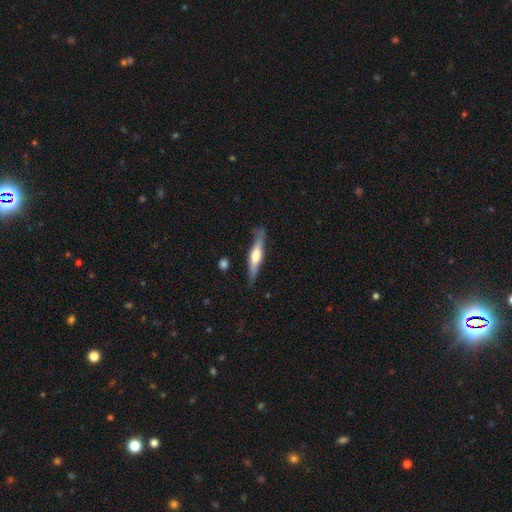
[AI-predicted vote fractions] Overall: featured or disk (59%; smooth 36%). Edge-on disk: yes (95%). Edge-on bulge: rounded (84%). Merging: none (81%).